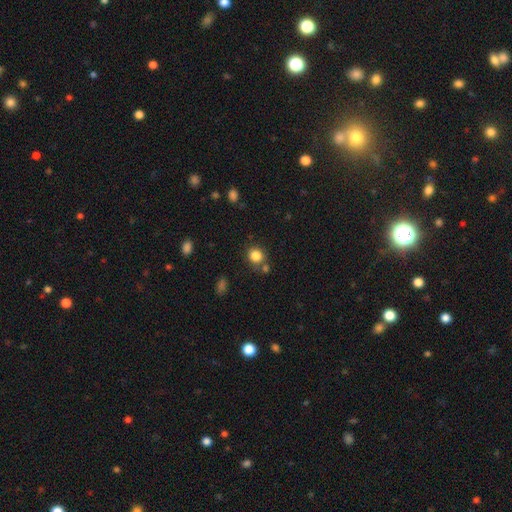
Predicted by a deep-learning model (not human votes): This is clearly a smooth galaxy (83%). How rounded: clearly round (81%). Merging: likely none (73%).